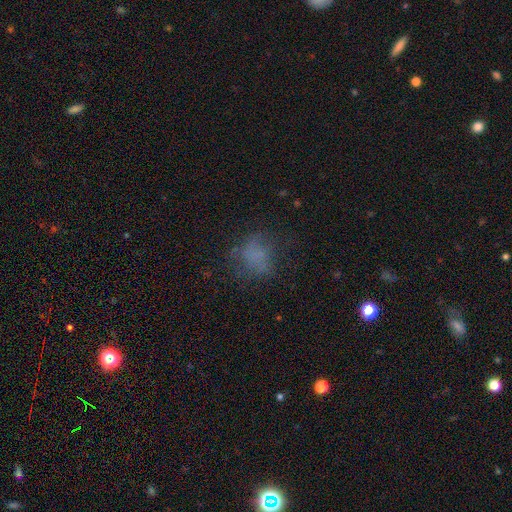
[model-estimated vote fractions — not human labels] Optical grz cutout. It shows a smooth galaxy with no disk features (56%) that is round (58%). Merging: none (57%).